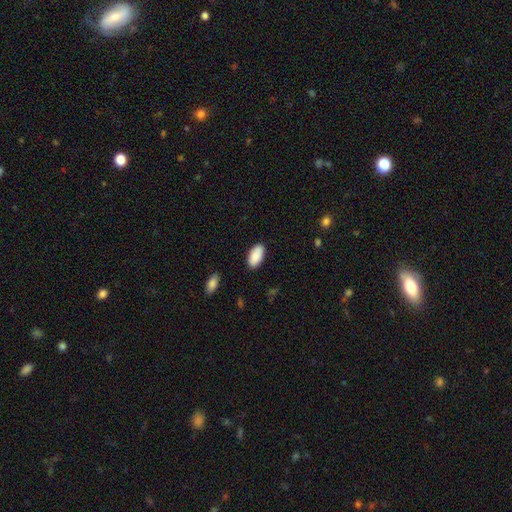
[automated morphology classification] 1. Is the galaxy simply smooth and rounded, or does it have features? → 89% smooth, 6% star or artifact, 5% featured or disk.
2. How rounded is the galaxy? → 95% in between, 3% cigar-shaped, 2% round.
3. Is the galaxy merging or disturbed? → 86% none, 10% minor disturbance, 2% major disturbance, 1% merger.